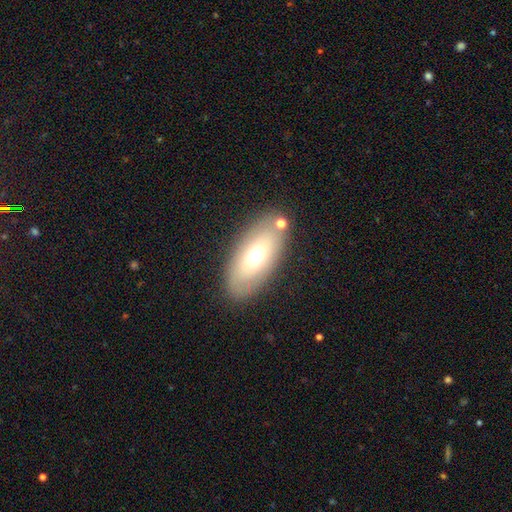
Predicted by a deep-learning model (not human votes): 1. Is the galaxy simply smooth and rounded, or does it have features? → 63% smooth, 28% featured or disk, 9% star or artifact.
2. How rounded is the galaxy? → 87% in between, 9% cigar-shaped, 4% round.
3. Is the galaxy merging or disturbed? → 79% none, 12% minor disturbance, 6% merger, 4% major disturbance.